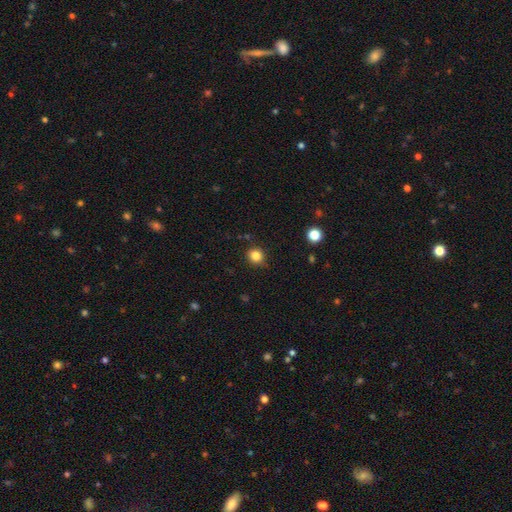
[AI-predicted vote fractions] smooth_or_featured: smooth (p=0.83) [alt: star or artifact p=0.12]
how_rounded: round (p=0.90) [alt: in between p=0.09]
merging: none (p=0.86) [alt: minor disturbance p=0.10]